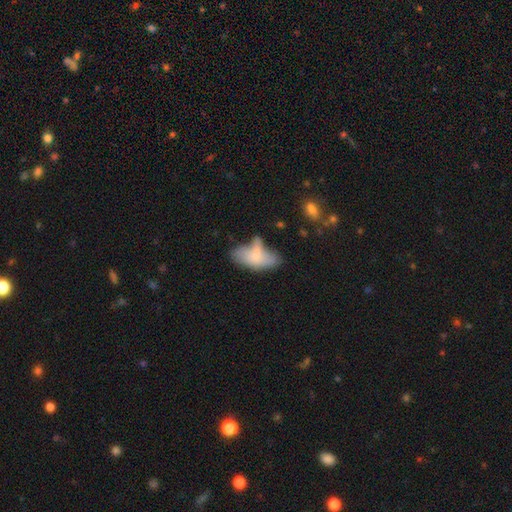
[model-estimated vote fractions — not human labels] Overall: smooth (67%). How rounded: in between (88%). Merging: none (30%; minor disturbance 26%).